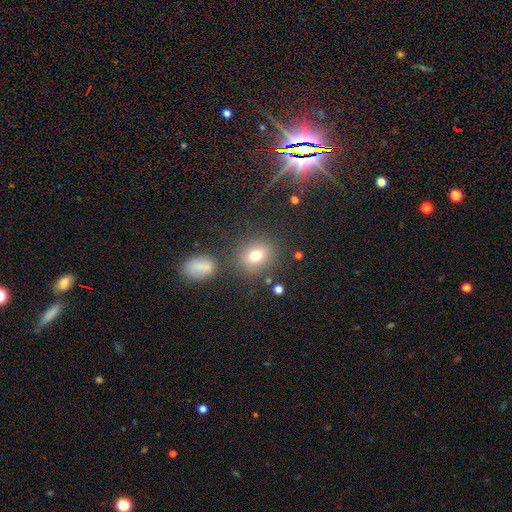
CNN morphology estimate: A smooth galaxy with no disk features (75%) that is round (67%).

Vote fractions:
- Smooth or featured? smooth: 75% / star or artifact: 15% / featured or disk: 10%
- How rounded? round: 67% / in between: 32% / cigar-shaped: 1%
- Merging? none: 78% / minor disturbance: 11% / merger: 7% / major disturbance: 4%